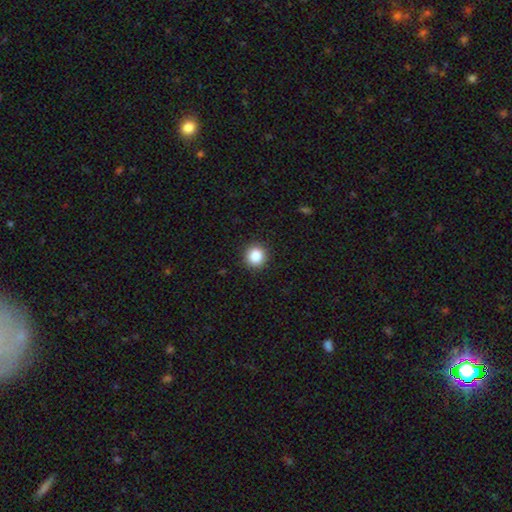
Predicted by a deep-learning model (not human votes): Smooth or featured: smooth — 87% (star or artifact — 10%)
How rounded: round — 91% (in between — 8%)
Merging: none — 92% (minor disturbance — 6%)